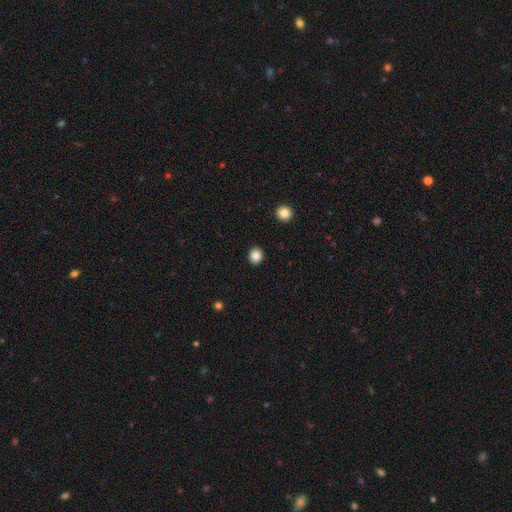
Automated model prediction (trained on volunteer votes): A smooth galaxy with no disk features (84%) that is round (83%). Merging: none (92%).